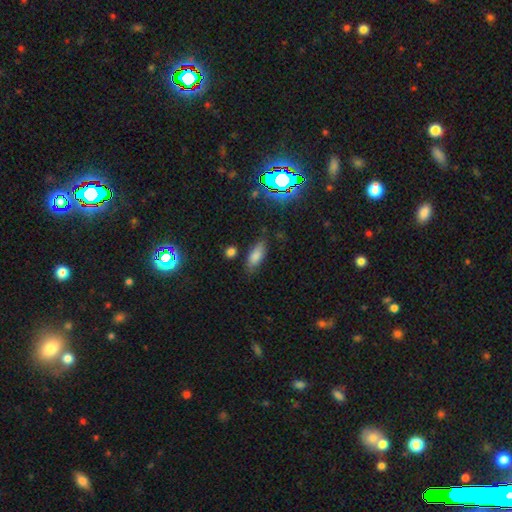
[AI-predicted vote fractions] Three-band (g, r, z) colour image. It shows a smooth galaxy with no disk features (78%) that is in between round and cigar-shaped (81%). Merging: none (74%).